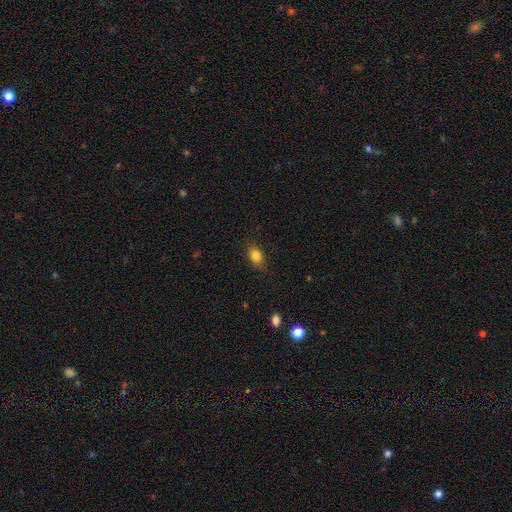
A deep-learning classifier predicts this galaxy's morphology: Smooth or featured: smooth — 83% (star or artifact — 10%)
How rounded: in between — 73% (round — 25%)
Merging: none — 80% (minor disturbance — 16%)